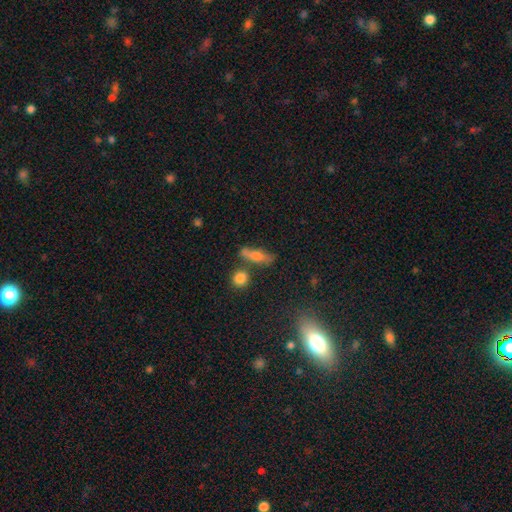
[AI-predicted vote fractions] smooth_or_featured: smooth (p=0.67) [alt: featured or disk p=0.22]
how_rounded: cigar-shaped (p=0.50) [alt: in between p=0.41]
merging: none (p=0.53) [alt: minor disturbance p=0.21]